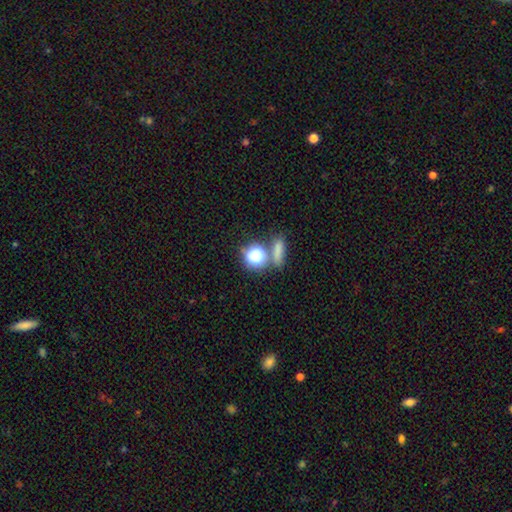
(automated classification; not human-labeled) Smooth or featured? Predicted: smooth (p=0.80). How rounded? Predicted: round (p=0.67). Merging? Predicted: merger (p=0.44).